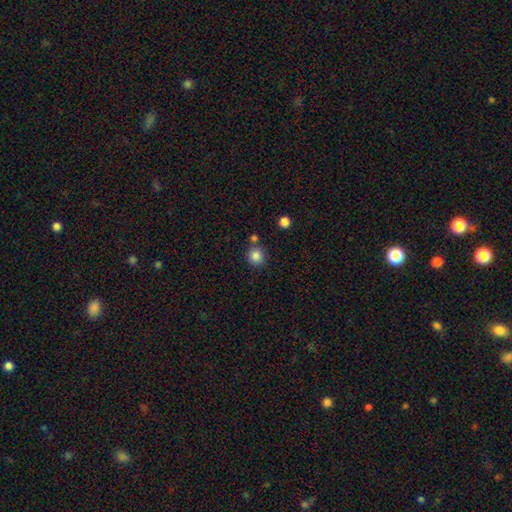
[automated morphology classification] This is clearly a smooth galaxy (85%). How rounded: clearly round (92%). Merging: likely none (77%).